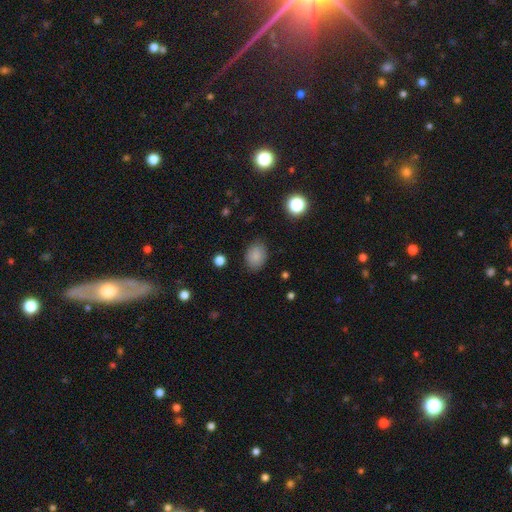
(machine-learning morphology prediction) Smooth or featured: smooth — 85% (star or artifact — 10%)
How rounded: in between — 69% (round — 31%)
Merging: none — 84% (minor disturbance — 11%)